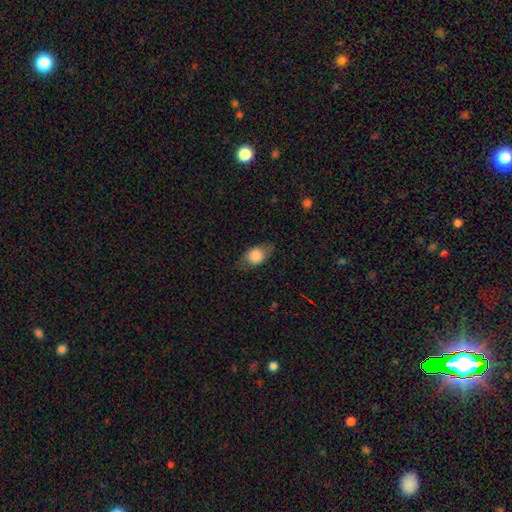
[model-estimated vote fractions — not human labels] A smooth galaxy with no disk features (73%) that is in between round and cigar-shaped (71%). Merging: none (75%).